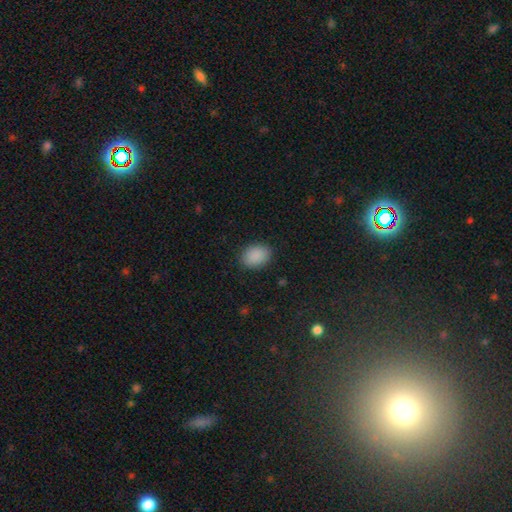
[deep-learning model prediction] Overall: smooth (89%). How rounded: in between (69%; round 30%). Merging: none (87%).